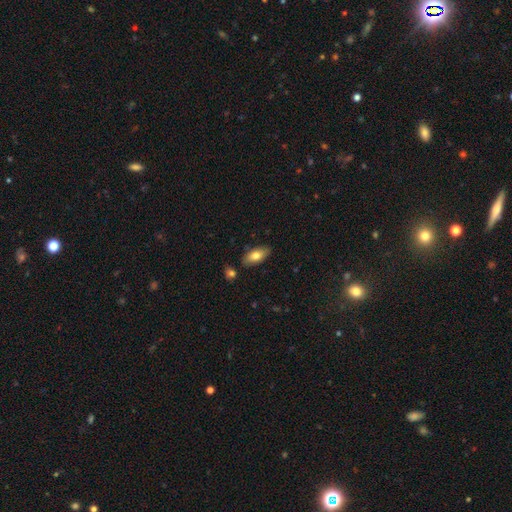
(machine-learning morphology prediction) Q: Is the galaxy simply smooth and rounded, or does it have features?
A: smooth — 75%.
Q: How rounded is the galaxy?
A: in between — 86%.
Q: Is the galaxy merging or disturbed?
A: none — 84%.